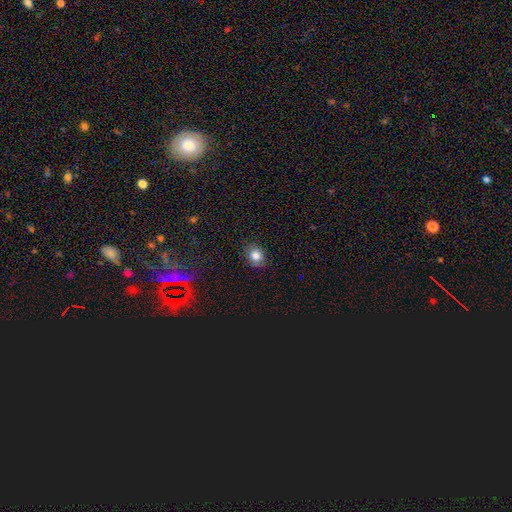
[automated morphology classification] Smooth or featured?
  - smooth: 81% *
  - star or artifact: 11%
  - featured or disk: 7%
How rounded?
  - round: 51% *
  - in between: 48%
  - cigar-shaped: 1%
Merging?
  - none: 86% *
  - minor disturbance: 11%
  - major disturbance: 2%
  - merger: 1%